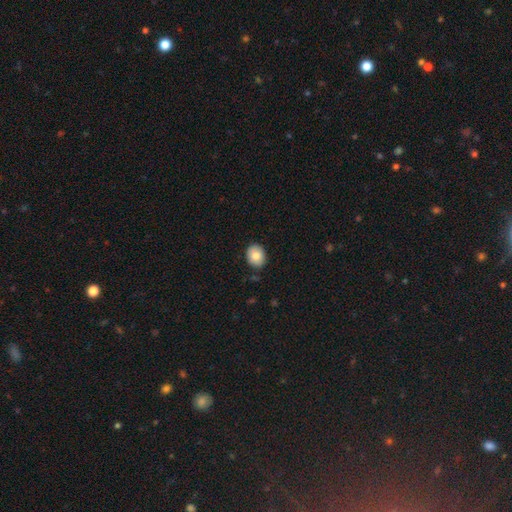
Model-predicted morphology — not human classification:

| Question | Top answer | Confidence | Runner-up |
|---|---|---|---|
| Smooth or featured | smooth | 83% | featured or disk (10%) |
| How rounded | in between | 54% | round (45%) |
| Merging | none | 85% | minor disturbance (12%) |